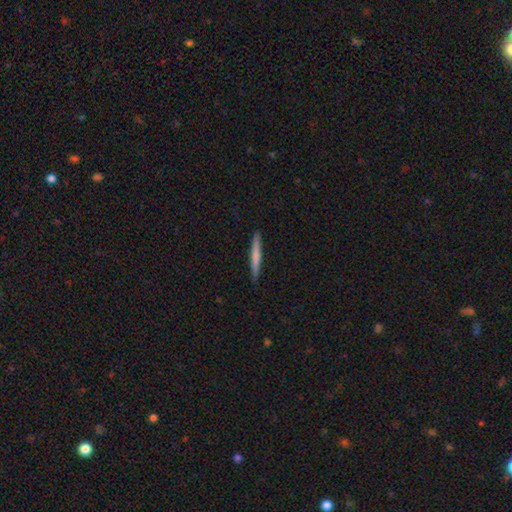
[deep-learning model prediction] This appears to be a smooth galaxy with no disk features (65%) that is cigar-shaped (96%). Merging: none (91%).